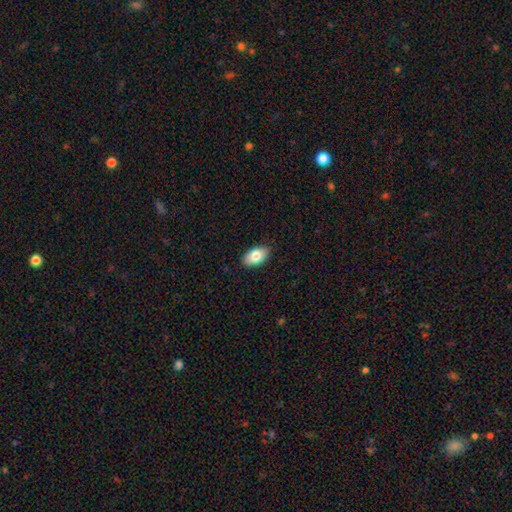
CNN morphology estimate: smooth 80%, featured or disk 13%, star or artifact 7%. Down the decision tree: how rounded — in between (93%); merging — none (88%).